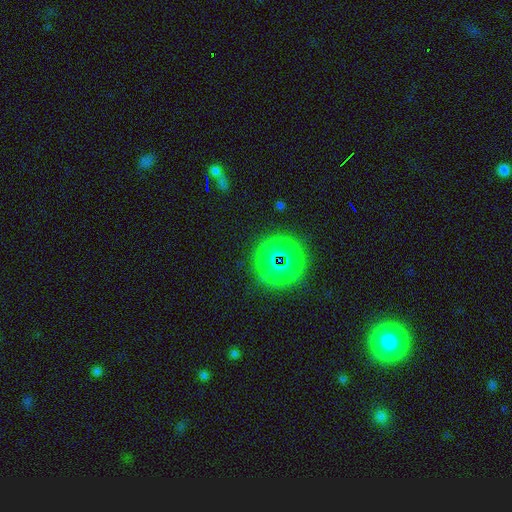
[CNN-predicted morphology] A star or artifact, not a galaxy (78%).

Vote fractions:
- Smooth or featured? star or artifact: 78% / smooth: 15% / featured or disk: 7%